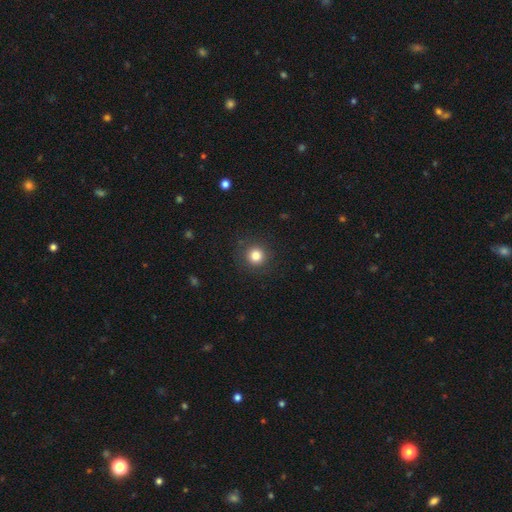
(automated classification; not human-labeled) smooth-or-featured: smooth: 83% | star or artifact: 12% | featured or disk: 6%
  how-rounded: round: 95% | in between: 5% | cigar-shaped: 1%
  merging: none: 90% | minor disturbance: 6% | major disturbance: 3% | merger: 1%